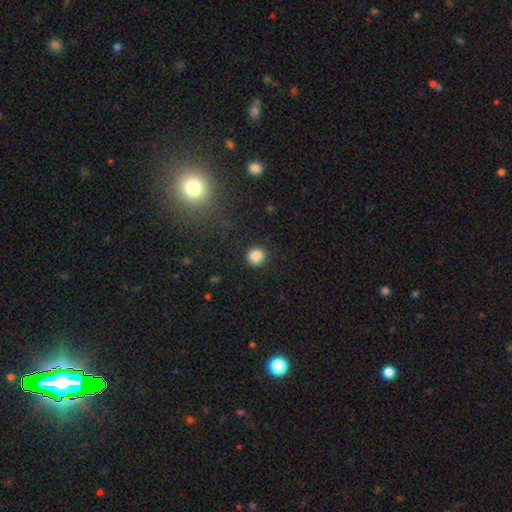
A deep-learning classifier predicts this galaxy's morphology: Q: Smooth or featured?
A: smooth (86%); runner-up: star or artifact (11%)
Q: How rounded?
A: round (87%); runner-up: in between (12%)
Q: Merging?
A: none (89%); runner-up: minor disturbance (7%)